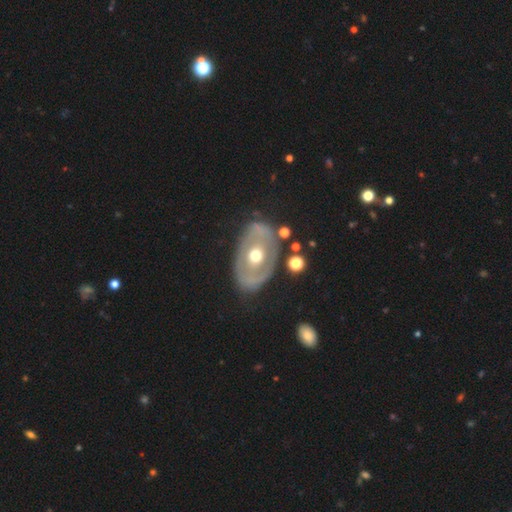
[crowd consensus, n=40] Overall: featured or disk (48%; smooth 45%). Edge-on disk: no (95%). Bar: no (94%). Spiral arms: no (100%). Bulge size: moderate (83%). Merging: none (65%; minor disturbance 30%).